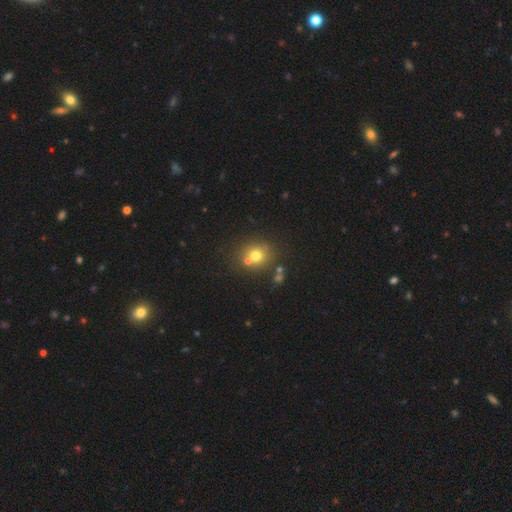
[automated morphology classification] Overall: smooth (70%). How rounded: round (82%). Merging: none (64%).